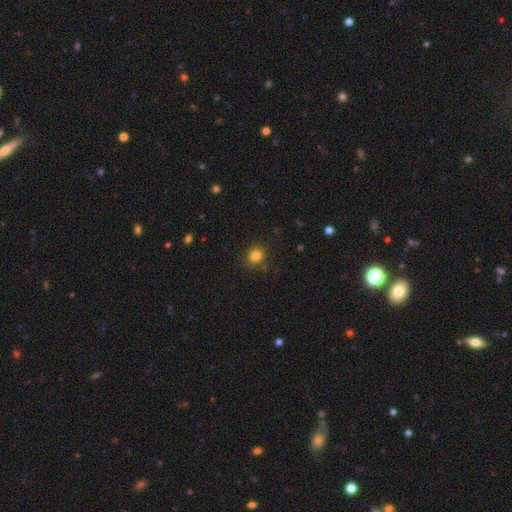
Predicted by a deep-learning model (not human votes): Q: Smooth or featured?
A: smooth (82%); runner-up: star or artifact (13%)
Q: How rounded?
A: round (78%); runner-up: in between (21%)
Q: Merging?
A: none (84%); runner-up: minor disturbance (10%)